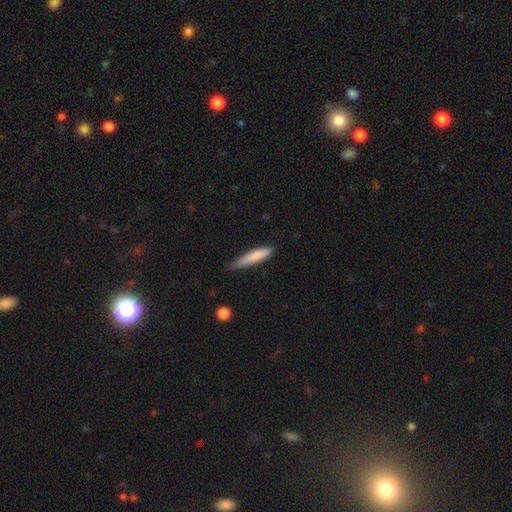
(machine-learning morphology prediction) This is clearly a smooth galaxy (82%). How rounded: clearly cigar-shaped (83%). Merging: possibly none (52%).